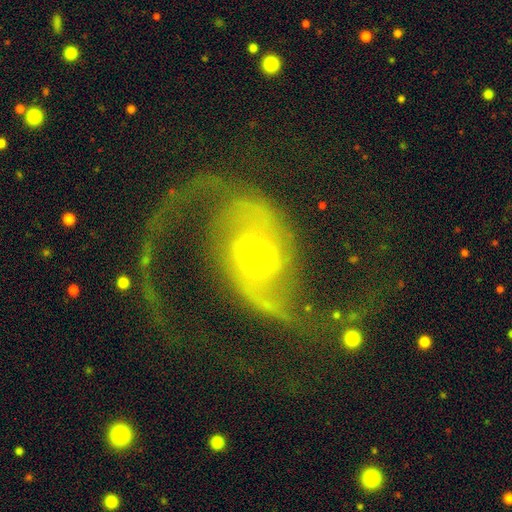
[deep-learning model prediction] Smooth or featured? Predicted: featured or disk (p=0.87). Edge-on disk? Predicted: no (p=0.97). Bar? Predicted: weak (p=0.50). Spiral arms? Predicted: yes (p=0.94). Spiral winding? Predicted: loose (p=0.64). Spiral arm count? Predicted: 2 (p=0.89). Bulge size? Predicted: moderate (p=0.52). Merging? Predicted: none (p=0.48).